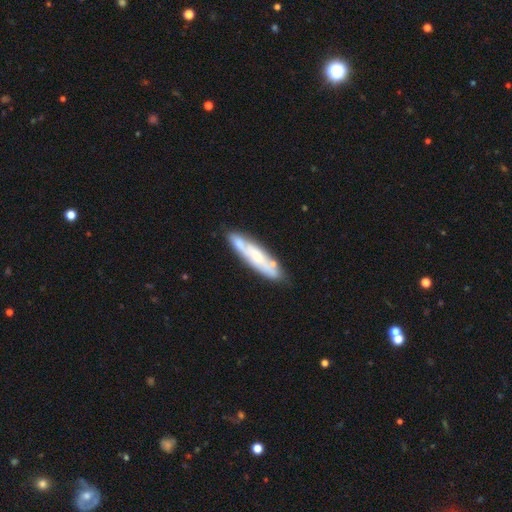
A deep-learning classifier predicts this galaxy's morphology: Smooth or featured? featured or disk (52%)
Edge-on disk? yes (50%, tied with no)
Merging? none (71%)